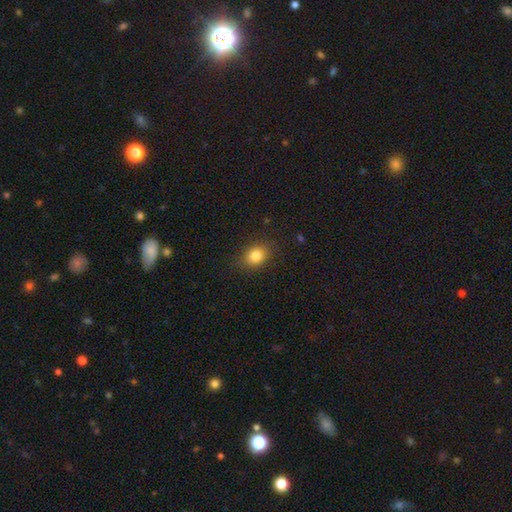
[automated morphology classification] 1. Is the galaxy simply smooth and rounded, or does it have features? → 83% smooth, 10% star or artifact, 7% featured or disk.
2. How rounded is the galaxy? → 56% in between, 43% round, 1% cigar-shaped.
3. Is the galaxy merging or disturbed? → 84% none, 12% minor disturbance, 3% major disturbance, 1% merger.